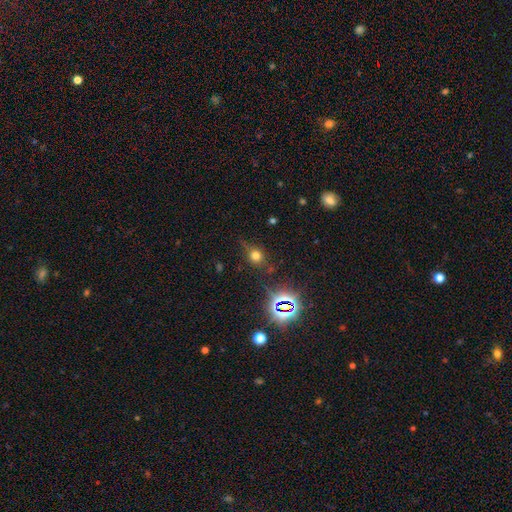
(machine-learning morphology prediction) Overall: smooth (61%; star or artifact 28%). How rounded: round (80%). Merging: none (70%).